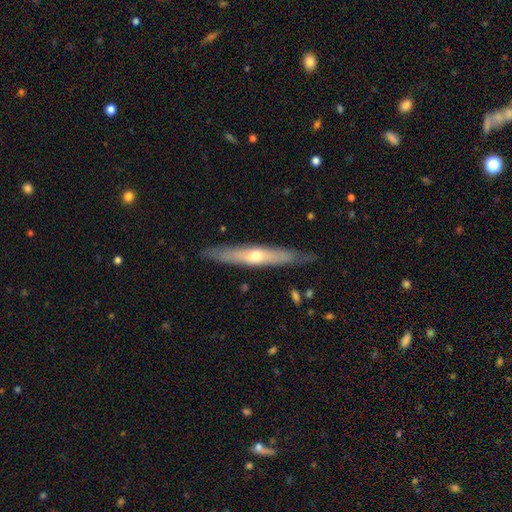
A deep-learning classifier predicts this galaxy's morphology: smooth-or-featured: featured or disk: 59% | smooth: 36% | star or artifact: 5%
  disk-edge-on: yes: 82% | no: 18%
  merging: none: 83% | minor disturbance: 13% | major disturbance: 3% | merger: 1%